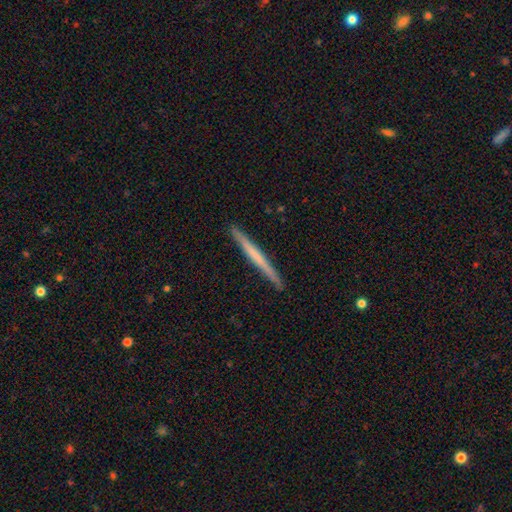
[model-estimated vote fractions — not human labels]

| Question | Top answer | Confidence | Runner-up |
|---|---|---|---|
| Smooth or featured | featured or disk | 48% | smooth (46%) |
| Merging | none | 92% | minor disturbance (6%) |